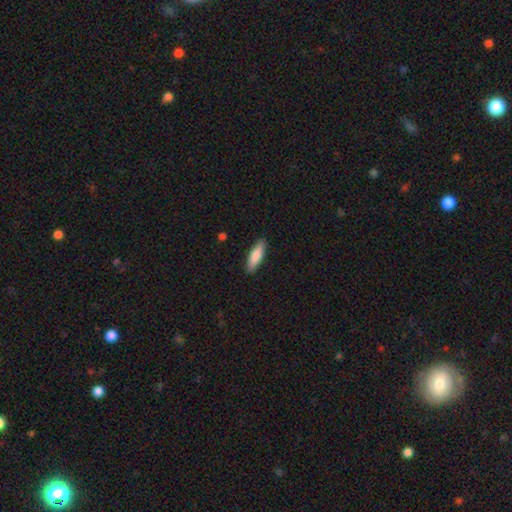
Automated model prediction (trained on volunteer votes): smooth-or-featured: smooth: 81% | featured or disk: 13% | star or artifact: 5%
  how-rounded: cigar-shaped: 54% | in between: 44% | round: 2%
  merging: none: 89% | minor disturbance: 8% | major disturbance: 2% | merger: 1%